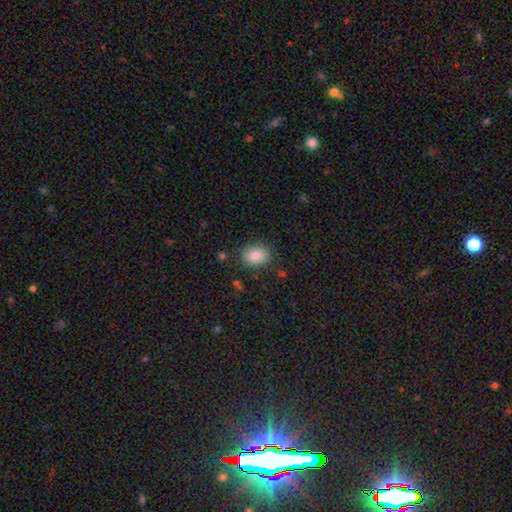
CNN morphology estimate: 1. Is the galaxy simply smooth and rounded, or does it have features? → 87% smooth, 8% star or artifact, 5% featured or disk.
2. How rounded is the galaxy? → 70% in between, 29% round, 1% cigar-shaped.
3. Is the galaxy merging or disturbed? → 84% none, 11% minor disturbance, 3% major disturbance, 2% merger.